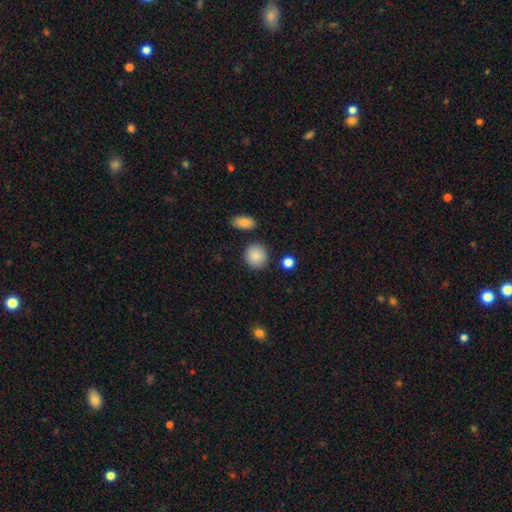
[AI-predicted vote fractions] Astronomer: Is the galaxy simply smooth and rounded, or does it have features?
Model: smooth — 89%.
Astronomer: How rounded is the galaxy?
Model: round — 89%.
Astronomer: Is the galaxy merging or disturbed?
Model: none — 86%.